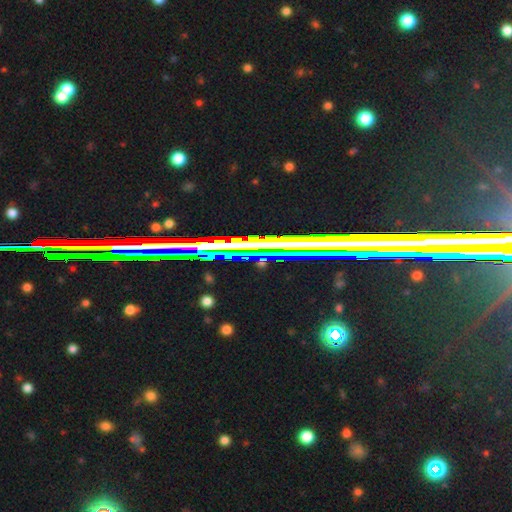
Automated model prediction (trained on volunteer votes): star or artifact 66%, featured or disk 22%, smooth 12%.